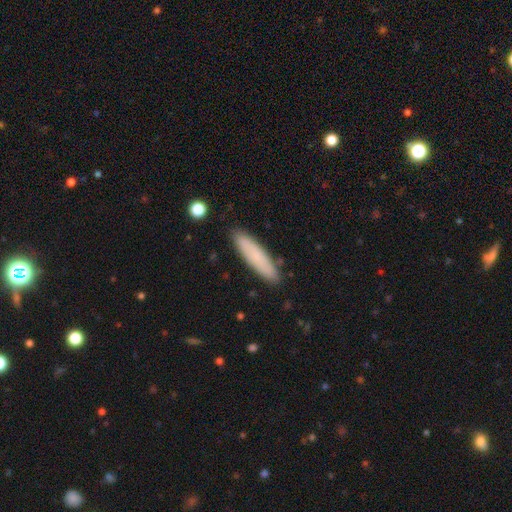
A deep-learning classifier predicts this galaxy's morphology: Smooth or featured? smooth (78%)
How rounded? cigar-shaped (79%)
Merging? none (88%)